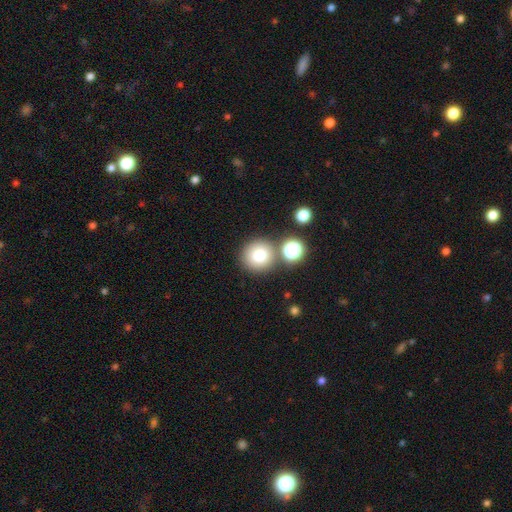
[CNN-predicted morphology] This is clearly a smooth galaxy (80%). How rounded: clearly round (92%). Merging: likely none (75%).